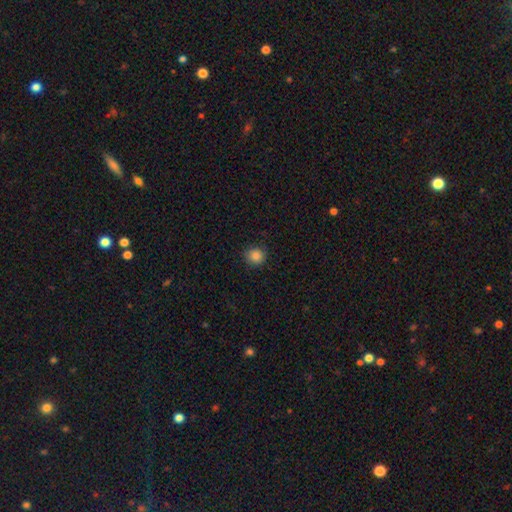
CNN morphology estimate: This appears to be a smooth galaxy with no disk features (85%) that is round (91%). Merging: none (88%).